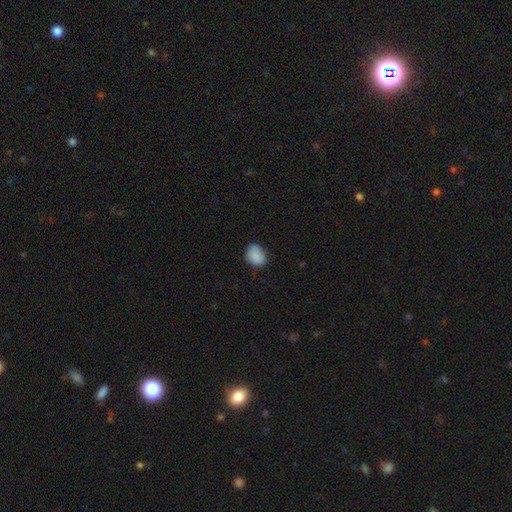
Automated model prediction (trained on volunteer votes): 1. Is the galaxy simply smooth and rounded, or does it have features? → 87% smooth, 8% star or artifact, 5% featured or disk.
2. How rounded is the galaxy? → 61% in between, 38% round, 1% cigar-shaped.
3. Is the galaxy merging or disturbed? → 69% none, 25% minor disturbance, 4% major disturbance, 1% merger.